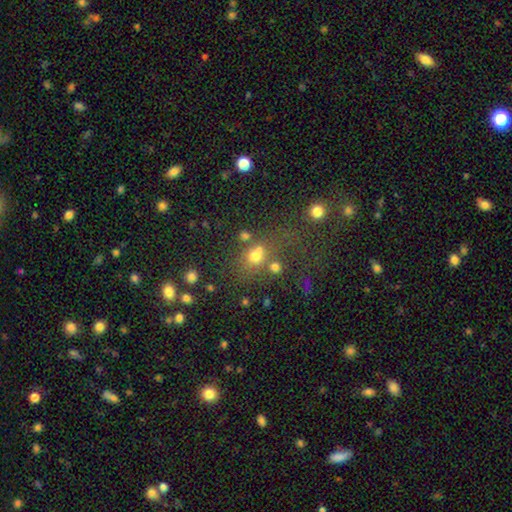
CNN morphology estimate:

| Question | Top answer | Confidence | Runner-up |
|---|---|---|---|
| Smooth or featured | smooth | 63% | star or artifact (24%) |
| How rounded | round | 70% | in between (28%) |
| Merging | none | 48% | merger (30%) |